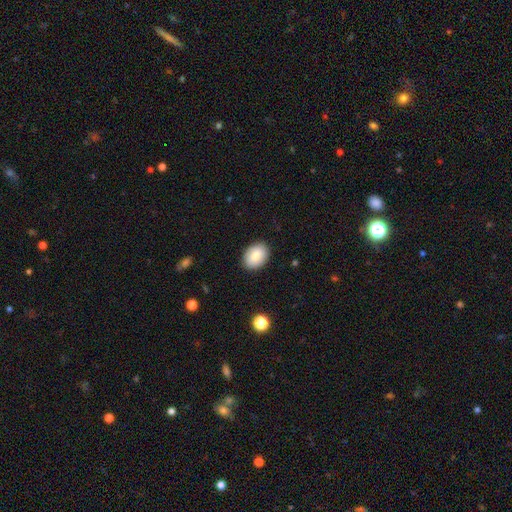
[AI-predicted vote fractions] Morphology: type=smooth (79%); roundness=in between (72%); merging=none (88%).